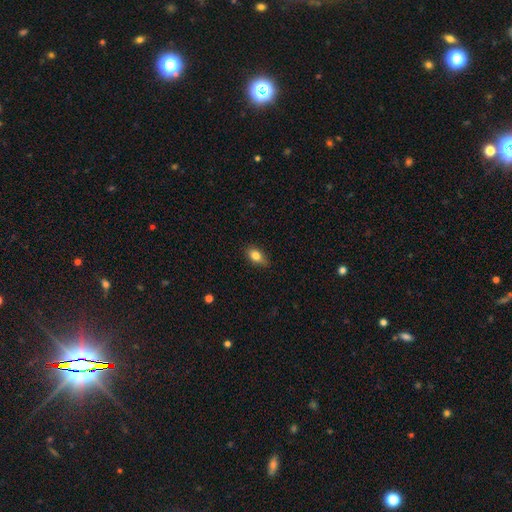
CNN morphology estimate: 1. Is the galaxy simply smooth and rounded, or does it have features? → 81% smooth, 10% featured or disk, 8% star or artifact.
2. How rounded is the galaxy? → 80% in between, 15% round, 4% cigar-shaped.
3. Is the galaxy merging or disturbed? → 76% none, 20% minor disturbance, 3% major disturbance, 1% merger.